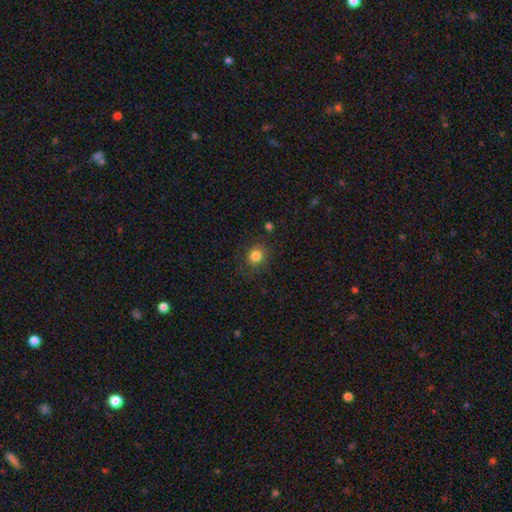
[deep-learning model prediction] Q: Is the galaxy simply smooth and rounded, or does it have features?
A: smooth — 82%.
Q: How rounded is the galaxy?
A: round — 81%.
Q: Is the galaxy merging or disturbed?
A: none — 81%.